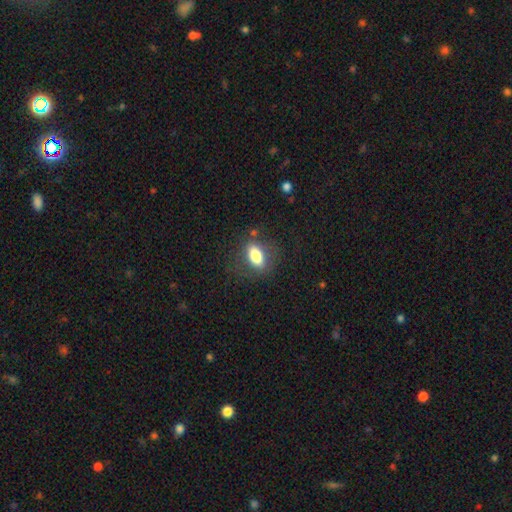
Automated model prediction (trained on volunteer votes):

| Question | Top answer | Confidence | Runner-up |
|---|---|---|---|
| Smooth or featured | smooth | 78% | featured or disk (14%) |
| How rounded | in between | 83% | round (9%) |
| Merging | none | 76% | minor disturbance (15%) |